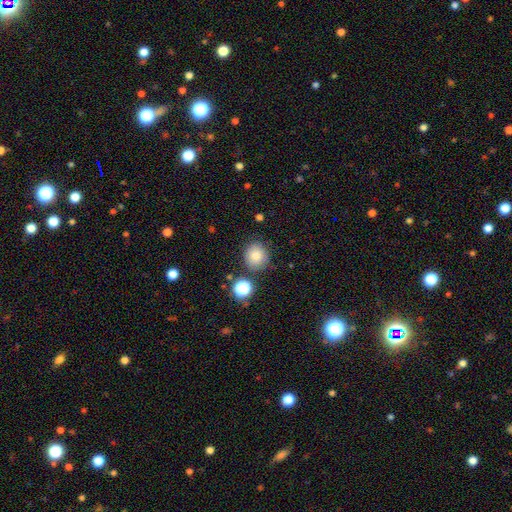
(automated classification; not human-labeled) The model was most divided on "smooth or featured": smooth: 80%, star or artifact: 13%, featured or disk: 7%. More confident: how rounded — round (86%); merging — none (81%).